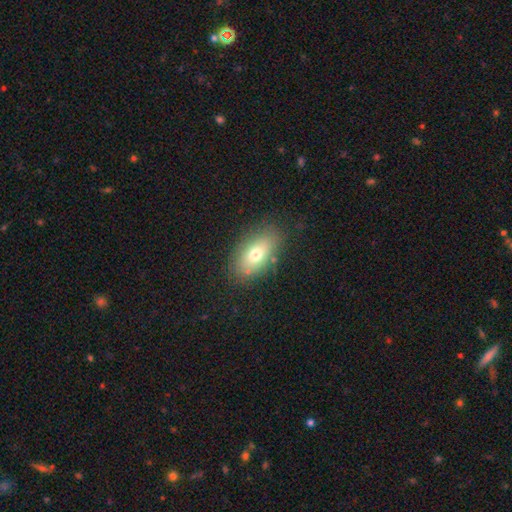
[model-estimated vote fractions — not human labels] Q: Smooth or featured?
A: smooth (67%); runner-up: featured or disk (21%)
Q: How rounded?
A: in between (89%); runner-up: round (7%)
Q: Merging?
A: none (85%); runner-up: minor disturbance (11%)